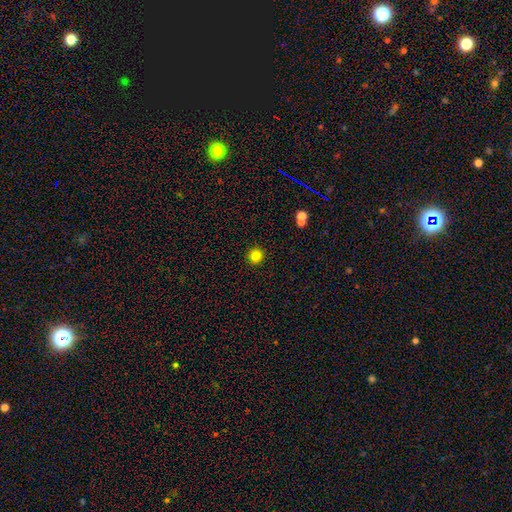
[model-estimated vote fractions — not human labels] This appears to be a smooth galaxy with no disk features (83%) that is round (95%). Merging: none (93%).